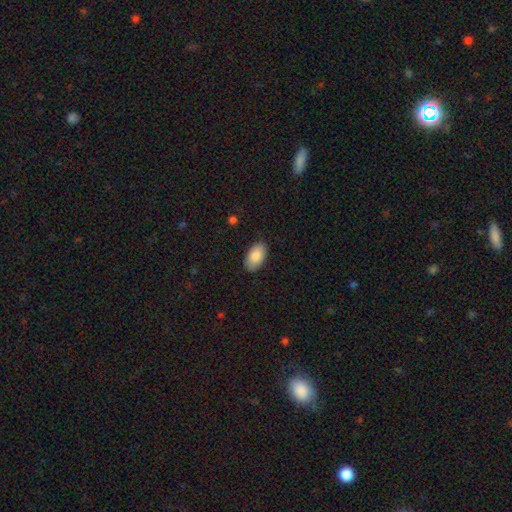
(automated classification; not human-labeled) Smooth or featured? smooth (86%)
How rounded? in between (95%)
Merging? none (85%)